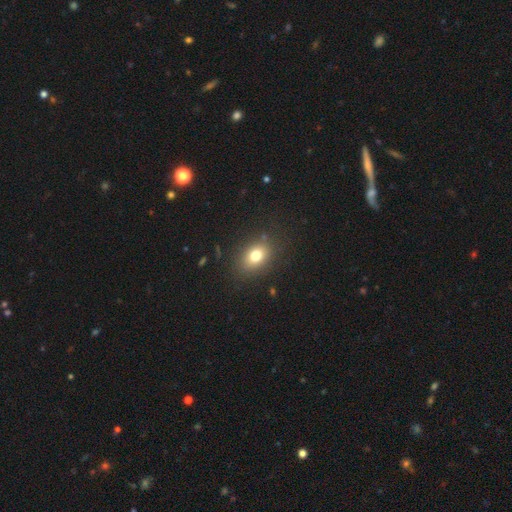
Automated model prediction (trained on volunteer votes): This appears to be a smooth galaxy with no disk features (77%) that is in between round and cigar-shaped (70%). Merging: none (84%).